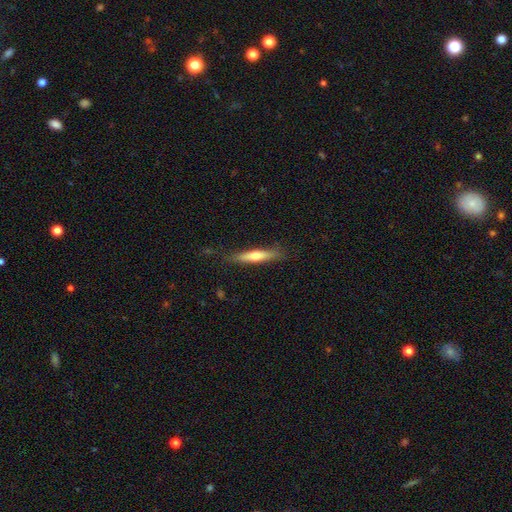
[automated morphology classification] A smooth galaxy with no disk features (54%) that is cigar-shaped (88%). Merging: none (82%).